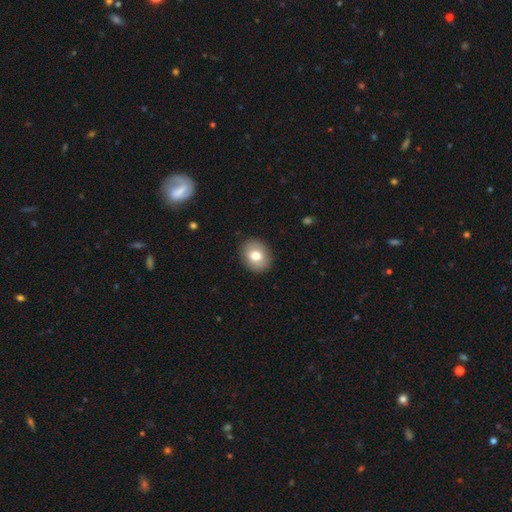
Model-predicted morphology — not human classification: This is likely a smooth galaxy (77%). How rounded: possibly round (51%). Merging: clearly none (89%).